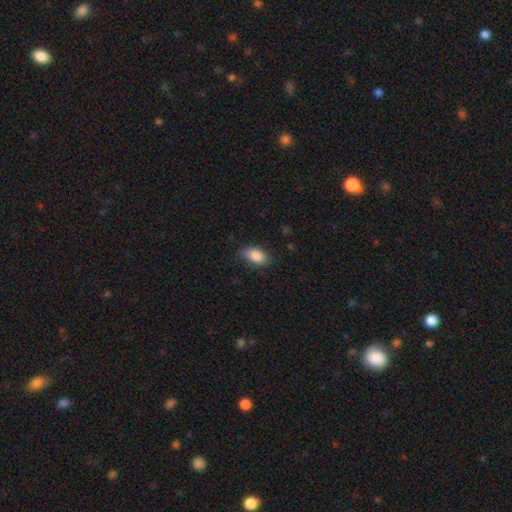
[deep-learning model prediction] Smooth or featured?
  - smooth: 87% *
  - star or artifact: 7%
  - featured or disk: 6%
How rounded?
  - in between: 91% *
  - round: 6%
  - cigar-shaped: 3%
Merging?
  - none: 82% *
  - minor disturbance: 14%
  - major disturbance: 3%
  - merger: 1%